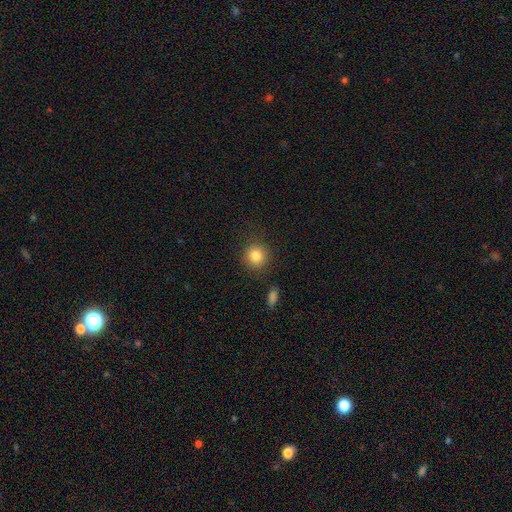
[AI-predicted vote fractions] A smooth galaxy with no disk features (84%) that is round (91%).

Vote fractions:
- Smooth or featured? smooth: 84% / star or artifact: 10% / featured or disk: 6%
- How rounded? round: 91% / in between: 8% / cigar-shaped: 1%
- Merging? none: 86% / minor disturbance: 8% / major disturbance: 3% / merger: 3%